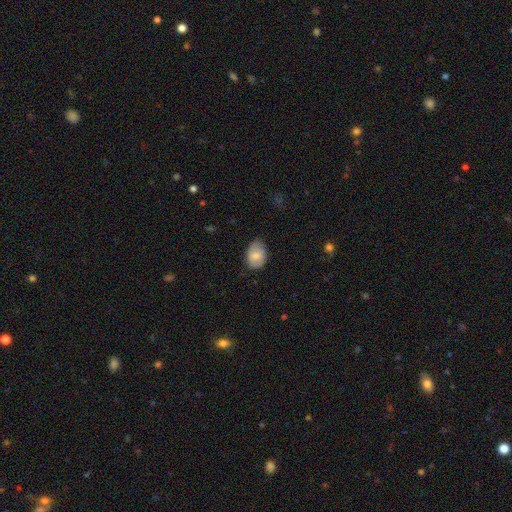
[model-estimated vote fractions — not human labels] Overall: smooth (75%). How rounded: in between (79%). Merging: none (71%).